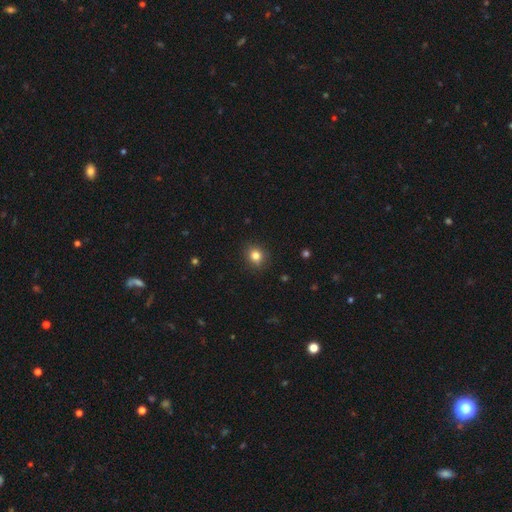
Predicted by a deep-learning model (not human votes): smooth 82%, star or artifact 12%, featured or disk 6%. Down the decision tree: how rounded — round (75%); merging — none (89%).